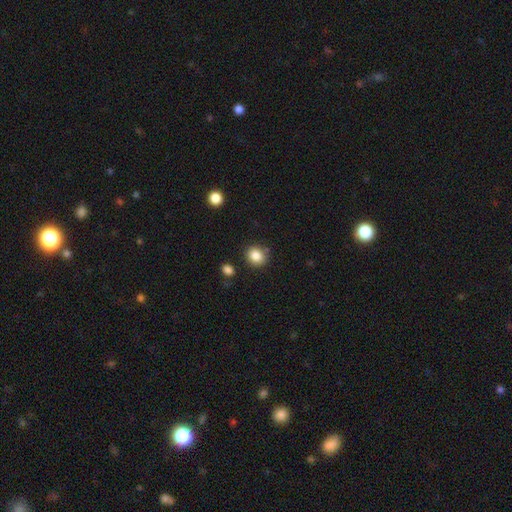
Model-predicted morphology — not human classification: Smooth or featured: smooth — 86% (star or artifact — 10%)
How rounded: round — 74% (in between — 25%)
Merging: none — 82% (minor disturbance — 11%)